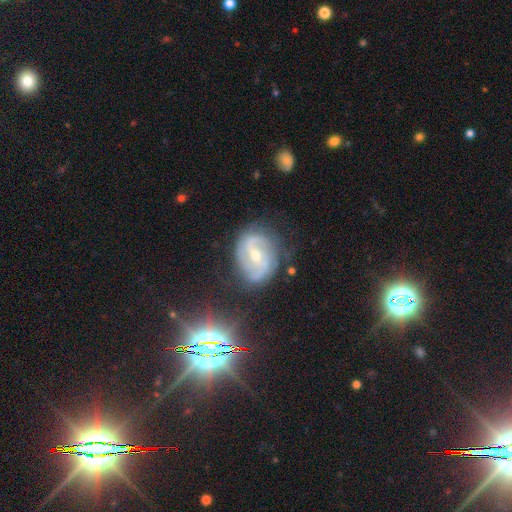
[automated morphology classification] smooth_or_featured: featured or disk (p=0.83) [alt: smooth p=0.09]
disk_edge_on: no (p=0.97) [alt: yes p=0.03]
bar: weak (p=0.45) [alt: strong p=0.28]
has_spiral_arms: yes (p=0.95) [alt: no p=0.05]
spiral_winding: medium (p=0.46) [alt: tight p=0.33]
spiral_arm_count: 2 (p=0.67) [alt: can't tell p=0.12]
bulge_size: small (p=0.51) [alt: moderate p=0.46]
merging: none (p=0.72) [alt: minor disturbance p=0.19]